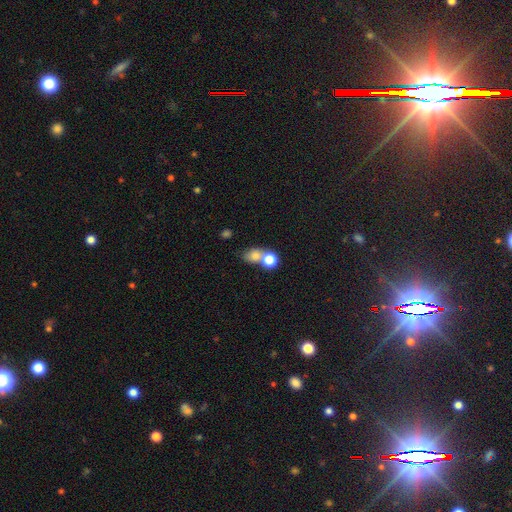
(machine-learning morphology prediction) Smooth or featured? Predicted: smooth (p=0.76). How rounded? Predicted: round (p=0.62). Merging? Predicted: merger (p=0.50).